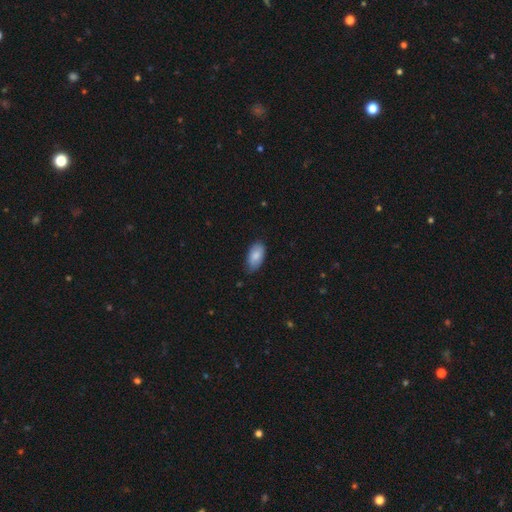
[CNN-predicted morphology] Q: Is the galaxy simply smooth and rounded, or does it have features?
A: smooth — 84%.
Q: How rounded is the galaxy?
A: in between — 94%.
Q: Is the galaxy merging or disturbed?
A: none — 76%.